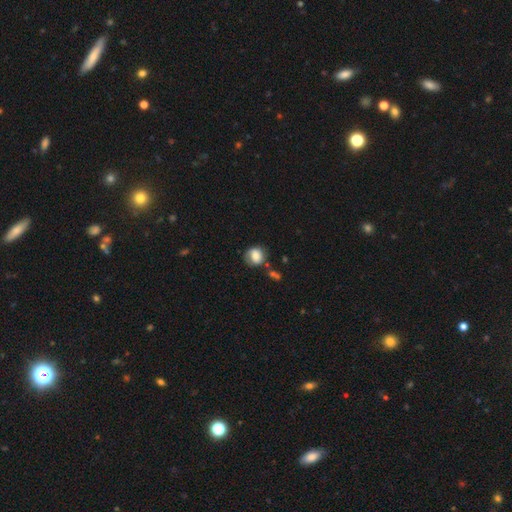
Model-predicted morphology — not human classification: smooth-or-featured: smooth: 76% | featured or disk: 15% | star or artifact: 9%
  how-rounded: round: 73% | in between: 26% | cigar-shaped: 1%
  merging: none: 64% | minor disturbance: 21% | merger: 7% | major disturbance: 7%